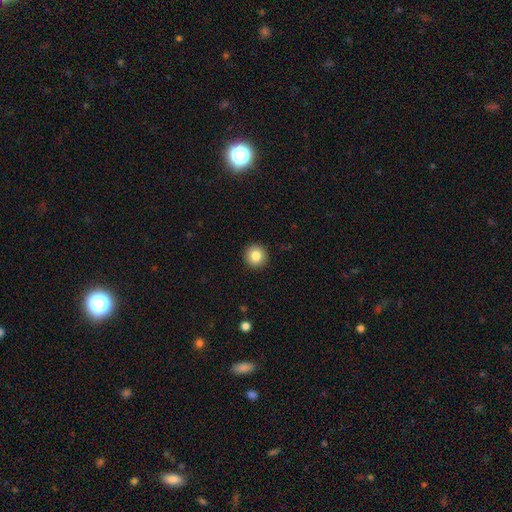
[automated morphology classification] Overall: smooth (83%). How rounded: round (95%). Merging: none (93%).